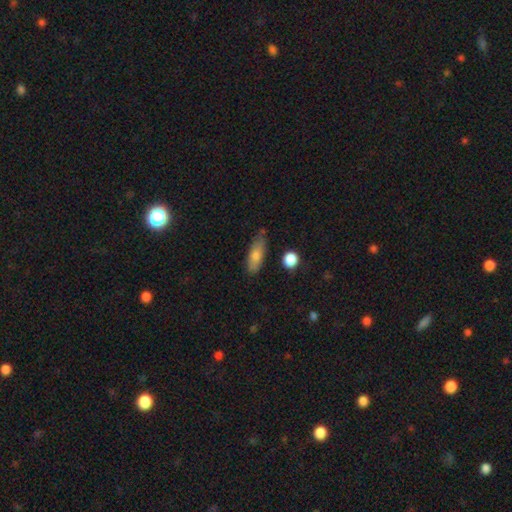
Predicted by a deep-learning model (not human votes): Smooth or featured? Predicted: smooth (p=0.74). How rounded? Predicted: in between (p=0.62). Merging? Predicted: none (p=0.70).